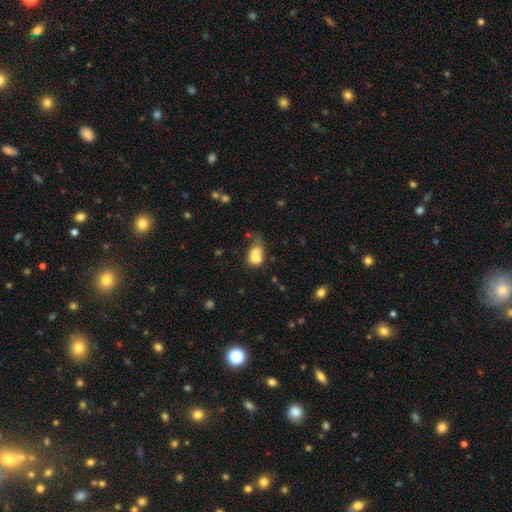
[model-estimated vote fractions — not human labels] Smooth or featured? Predicted: smooth (p=0.72). How rounded? Predicted: in between (p=0.75). Merging? Predicted: merger (p=0.39).